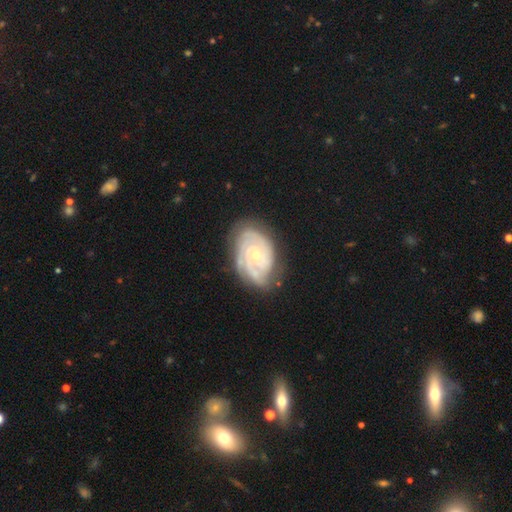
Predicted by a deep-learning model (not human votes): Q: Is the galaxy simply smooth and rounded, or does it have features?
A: featured or disk — 85%.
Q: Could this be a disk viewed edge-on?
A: no — 97%.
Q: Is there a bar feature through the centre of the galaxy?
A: no — 69%.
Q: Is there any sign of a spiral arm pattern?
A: yes — 97%.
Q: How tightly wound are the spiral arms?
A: tight — 72%.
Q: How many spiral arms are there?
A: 3 — 31%.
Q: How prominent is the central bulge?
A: small — 65%.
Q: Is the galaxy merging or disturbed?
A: none — 73%.